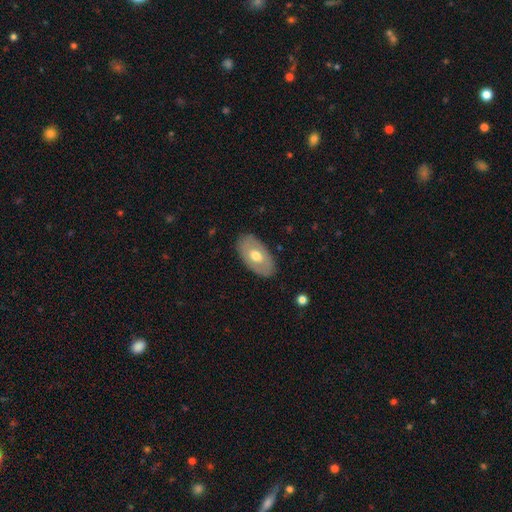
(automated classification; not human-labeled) The model was most divided on "smooth or featured": smooth: 54%, featured or disk: 41%, star or artifact: 5%. More confident: how rounded — in between (93%); merging — none (85%).